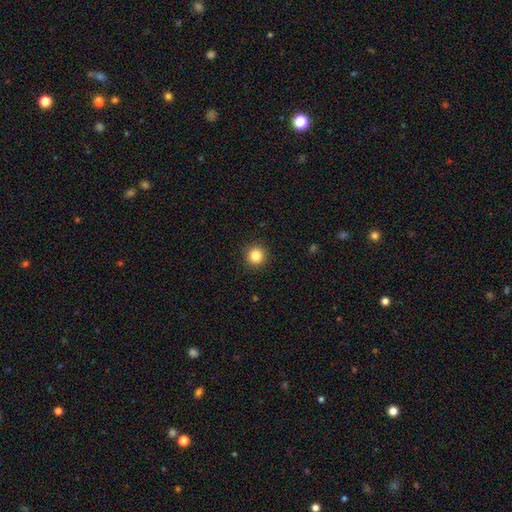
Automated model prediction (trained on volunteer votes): The model was most divided on "smooth or featured": smooth: 84%, star or artifact: 11%, featured or disk: 5%. More confident: how rounded — round (95%); merging — none (93%).